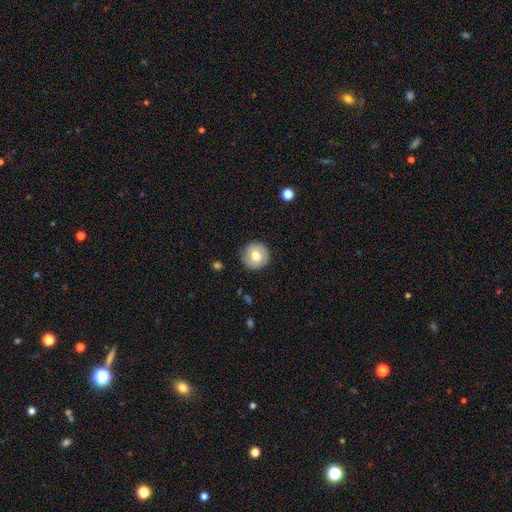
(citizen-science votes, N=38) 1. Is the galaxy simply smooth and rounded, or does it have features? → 68% smooth, 21% featured or disk, 11% star or artifact.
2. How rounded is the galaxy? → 100% round, 0% in between, 0% cigar-shaped.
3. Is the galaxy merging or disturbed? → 88% none, 12% minor disturbance, 0% major disturbance, 0% merger.